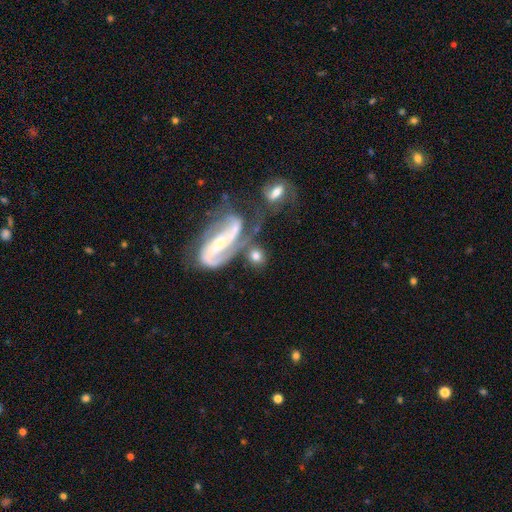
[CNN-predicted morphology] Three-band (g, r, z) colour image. It shows a smooth galaxy with no disk features (50%) that is round (62%). Merging: none (48%).